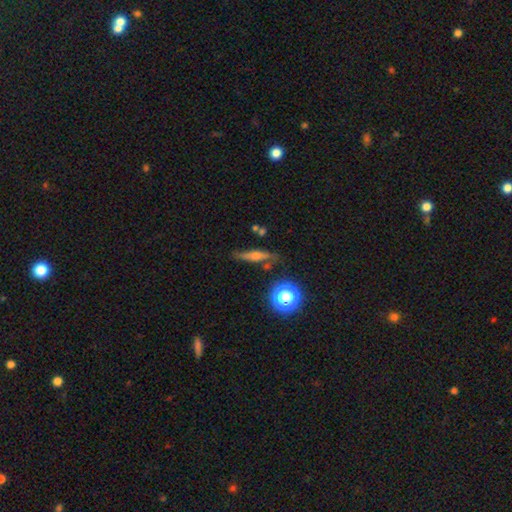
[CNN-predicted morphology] Q: Smooth or featured?
A: featured or disk (45%); runner-up: smooth (41%)
Q: Merging?
A: none (74%); runner-up: minor disturbance (16%)